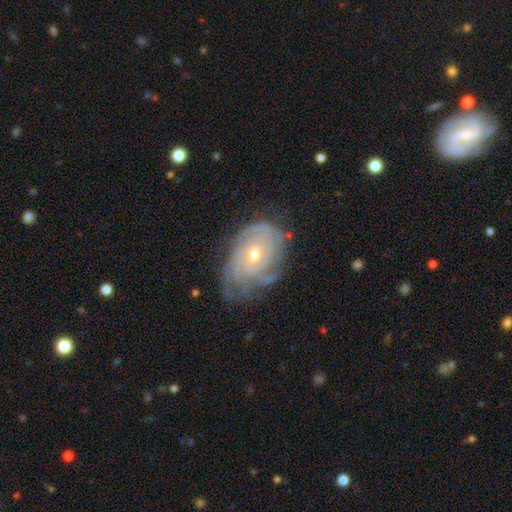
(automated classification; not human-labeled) A featured or disk galaxy (81%) with no bar (75%), tight (75%) spiral arms (93%) and a small central bulge (54%).

Vote fractions:
- Smooth or featured? featured or disk: 81% / smooth: 11% / star or artifact: 8%
- Edge-on disk? no: 96% / yes: 4%
- Bar? no: 75% / weak: 20% / strong: 5%
- Spiral arms? yes: 93% / no: 7%
- Spiral winding? tight: 75% / medium: 20% / loose: 5%
- Spiral arm count? can't tell: 43% / 3: 17% / 2: 14% / 4: 13% / more than 4: 7% / 1: 6%
- Bulge size? small: 54% / moderate: 43% / large: 1% / none: 1% / dominant: 1%
- Merging? none: 69% / minor disturbance: 21% / major disturbance: 8% / merger: 1%